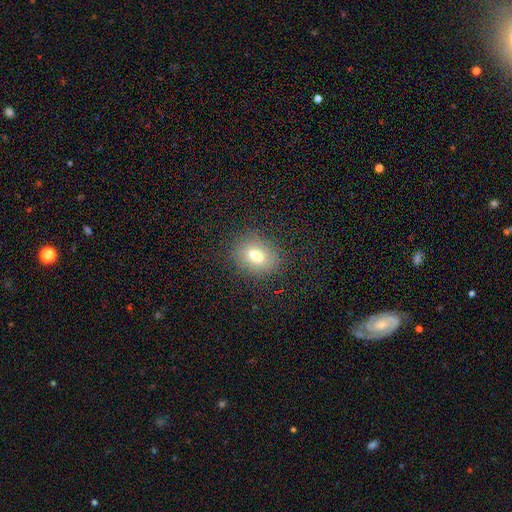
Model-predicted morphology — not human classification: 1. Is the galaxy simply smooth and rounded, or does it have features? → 68% smooth, 19% featured or disk, 13% star or artifact.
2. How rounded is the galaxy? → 62% in between, 33% round, 5% cigar-shaped.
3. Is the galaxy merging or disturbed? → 78% none, 12% minor disturbance, 6% merger, 4% major disturbance.